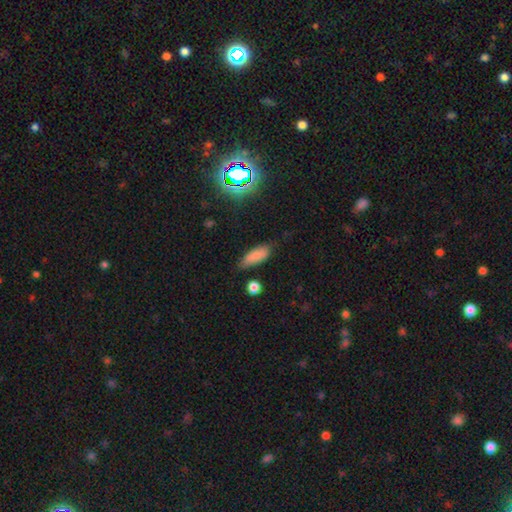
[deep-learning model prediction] This appears to be a smooth galaxy with no disk features (81%) that is in between round and cigar-shaped (72%). Merging: none (69%).